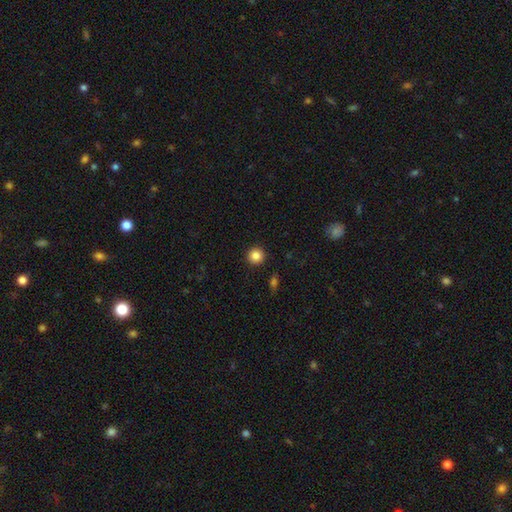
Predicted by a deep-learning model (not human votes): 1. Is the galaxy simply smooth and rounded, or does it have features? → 85% smooth, 10% star or artifact, 4% featured or disk.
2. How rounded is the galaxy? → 95% round, 4% in between, 1% cigar-shaped.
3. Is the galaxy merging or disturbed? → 93% none, 4% minor disturbance, 2% major disturbance, 1% merger.